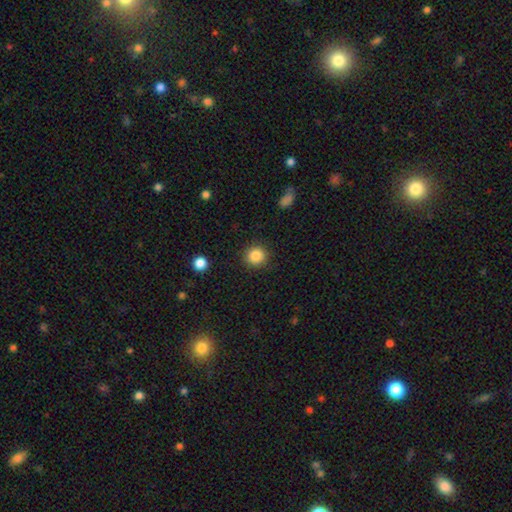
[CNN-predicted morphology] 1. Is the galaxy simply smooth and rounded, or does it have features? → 86% smooth, 10% star or artifact, 4% featured or disk.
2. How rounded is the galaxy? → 92% round, 7% in between, 1% cigar-shaped.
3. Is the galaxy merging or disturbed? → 90% none, 6% minor disturbance, 3% major disturbance, 1% merger.